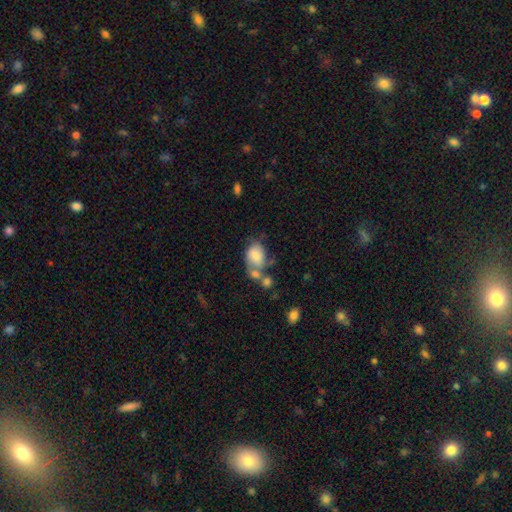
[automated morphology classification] Smooth or featured? smooth (69%)
How rounded? in between (77%)
Merging? merger (41%)